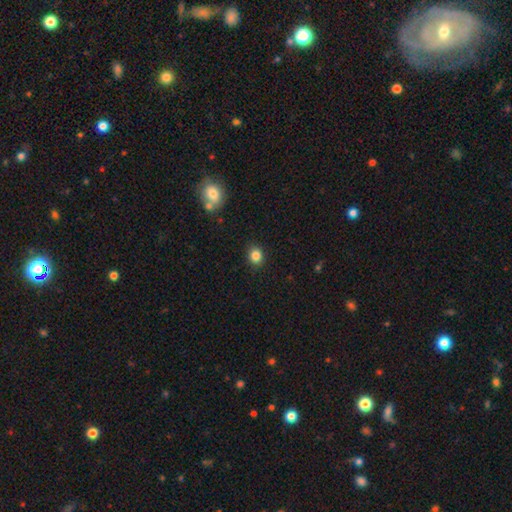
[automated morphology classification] A smooth galaxy with no disk features (85%) that is round (69%).

Vote fractions:
- Smooth or featured? smooth: 85% / star or artifact: 11% / featured or disk: 4%
- How rounded? round: 69% / in between: 30% / cigar-shaped: 1%
- Merging? none: 89% / minor disturbance: 7% / major disturbance: 2% / merger: 1%